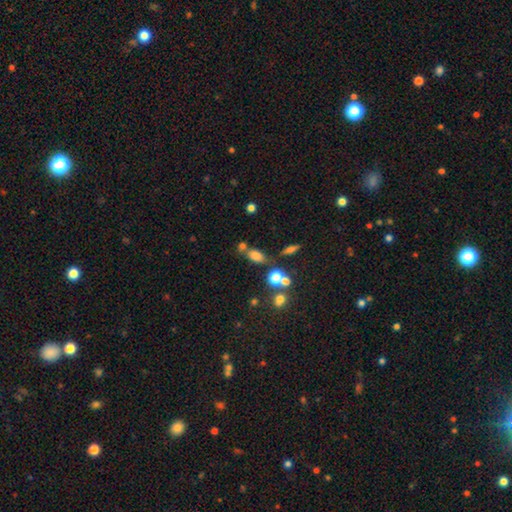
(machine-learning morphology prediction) Smooth or featured?
  - smooth: 72% *
  - star or artifact: 16%
  - featured or disk: 12%
How rounded?
  - in between: 74% *
  - round: 19%
  - cigar-shaped: 7%
Merging?
  - none: 54% *
  - merger: 25%
  - minor disturbance: 14%
  - major disturbance: 7%